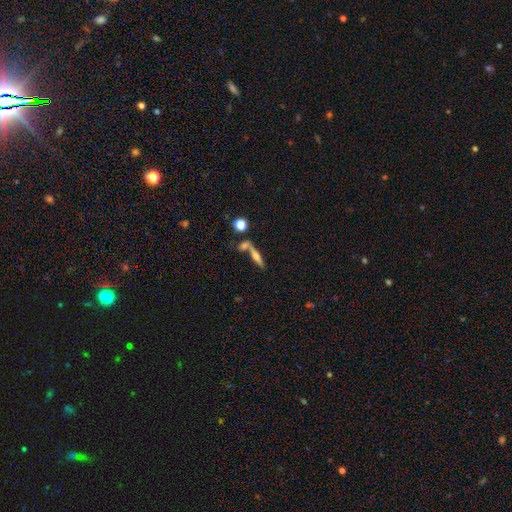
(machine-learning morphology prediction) This appears to be a featured or disk galaxy (48%). Merging: none (56%).